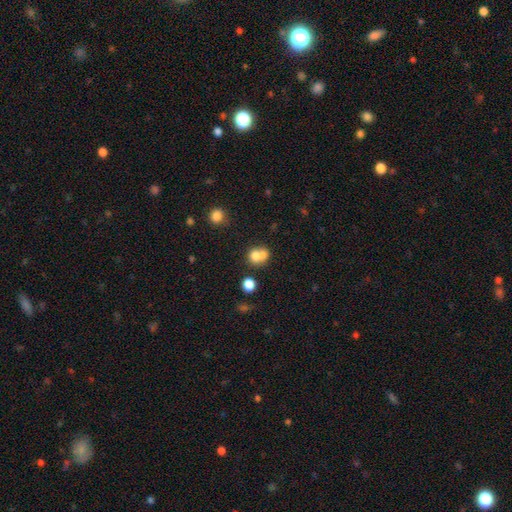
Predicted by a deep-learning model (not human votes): Overall: smooth (73%). How rounded: round (72%). Merging: merger (57%; none 32%).